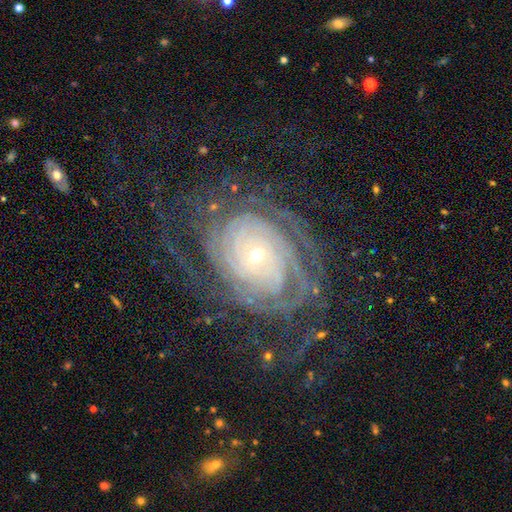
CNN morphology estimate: A featured or disk galaxy (87%) with no bar (73%), tight (78%) spiral arms (97%) and a small central bulge (75%).

Vote fractions:
- Smooth or featured? featured or disk: 87% / star or artifact: 7% / smooth: 6%
- Edge-on disk? no: 96% / yes: 4%
- Bar? no: 73% / weak: 18% / strong: 9%
- Spiral arms? yes: 97% / no: 3%
- Spiral winding? tight: 78% / medium: 17% / loose: 5%
- Spiral arm count? can't tell: 31% / 2: 18% / 4: 15% / more than 4: 14% / 3: 13% / 1: 8%
- Bulge size? small: 75% / moderate: 20% / large: 2% / dominant: 1% / none: 1%
- Merging? none: 68% / major disturbance: 15% / minor disturbance: 15% / merger: 1%